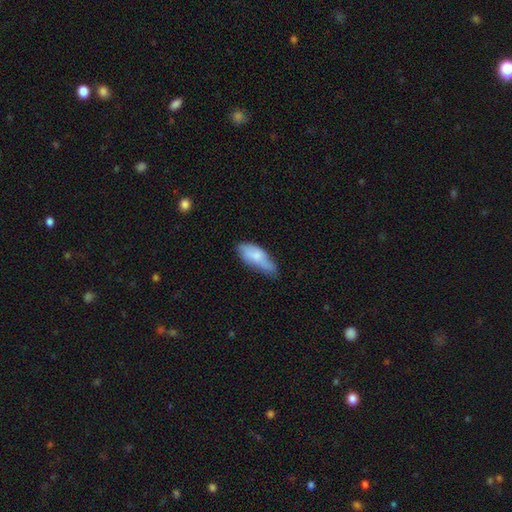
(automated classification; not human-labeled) Overall: smooth (72%). How rounded: in between (77%). Merging: none (45%; minor disturbance 40%).